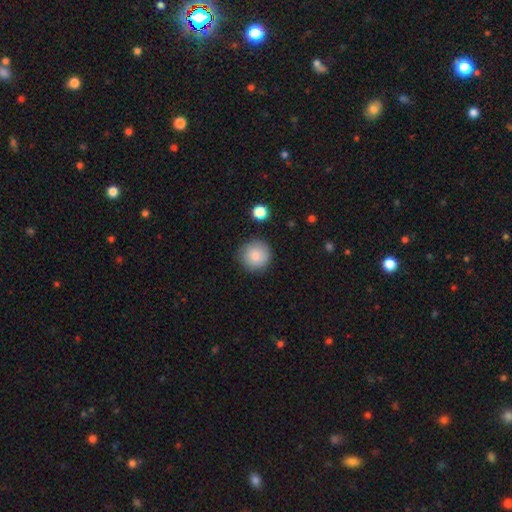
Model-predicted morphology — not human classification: This is clearly a smooth galaxy (86%). How rounded: clearly round (95%). Merging: clearly none (88%).